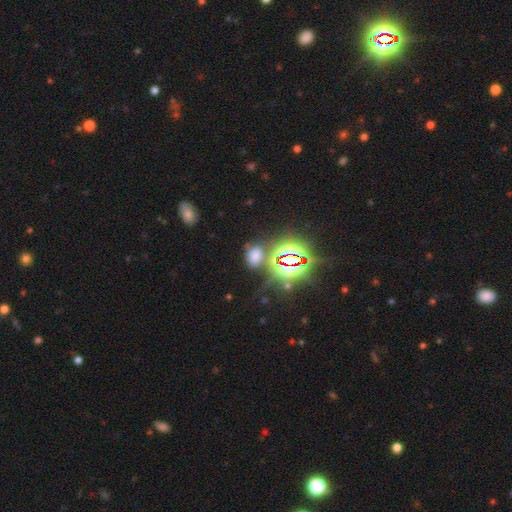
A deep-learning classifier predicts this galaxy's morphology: A smooth galaxy with no disk features (47%). Merging: none (66%).